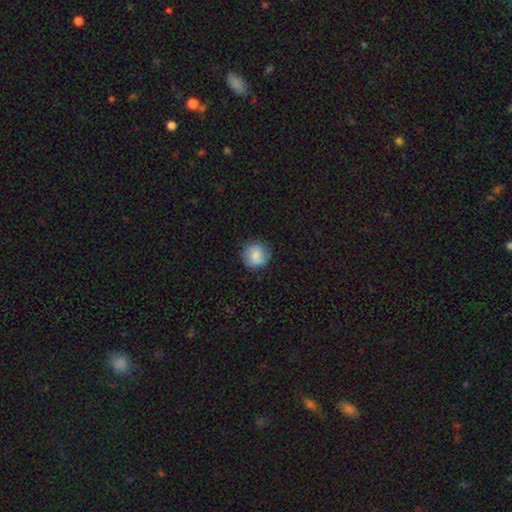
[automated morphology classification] A smooth galaxy with no disk features (74%) that is round (92%). Merging: none (81%).